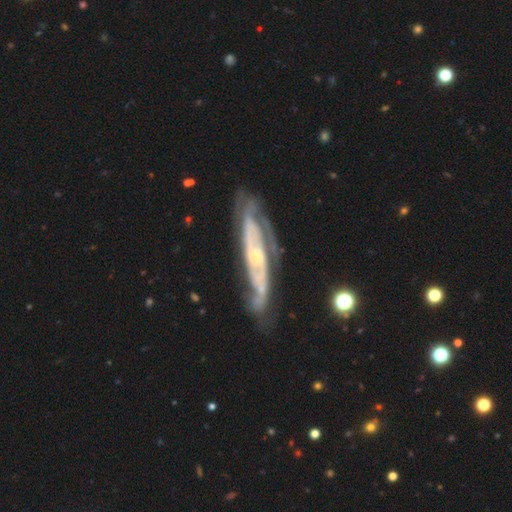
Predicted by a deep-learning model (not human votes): Overall: featured or disk (86%). Edge-on disk: no (74%). Bar: no (56%; weak 31%). Spiral arms: yes (95%). Spiral arm count: 2 (43%; can't tell 31%). Spiral winding: tight (56%; medium 36%). Bulge size: small (60%; moderate 30%). Merging: none (70%).